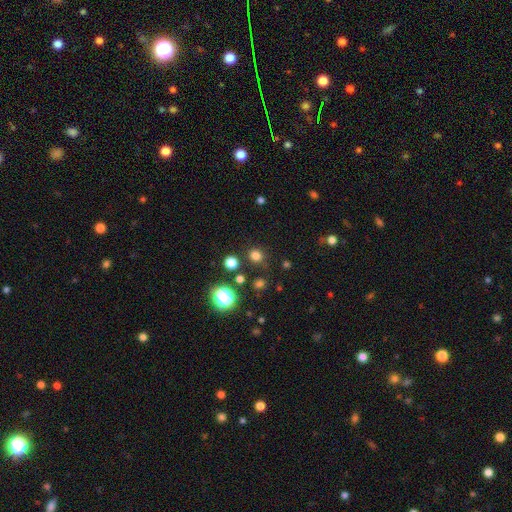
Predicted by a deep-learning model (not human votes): smooth-or-featured: smooth: 75% | star or artifact: 21% | featured or disk: 4%
  how-rounded: round: 89% | in between: 10% | cigar-shaped: 1%
  merging: none: 85% | minor disturbance: 8% | merger: 4% | major disturbance: 3%